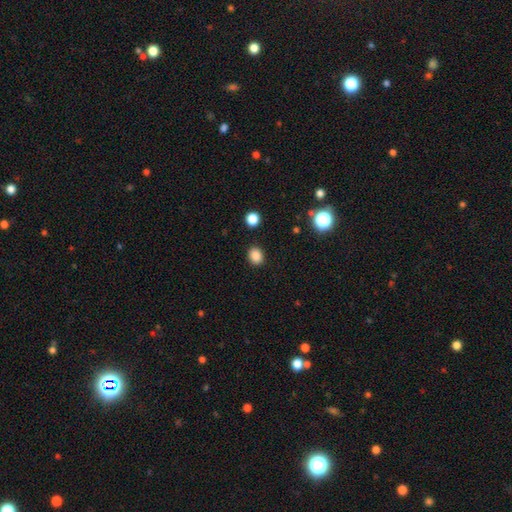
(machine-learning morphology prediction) type=smooth (86%); roundness=round (57%); merging=none (89%).